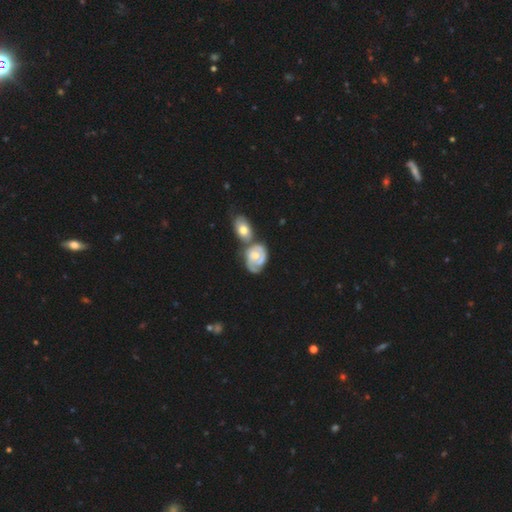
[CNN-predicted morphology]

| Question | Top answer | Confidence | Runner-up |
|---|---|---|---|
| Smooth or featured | featured or disk | 72% | smooth (22%) |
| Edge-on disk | no | 96% | yes (4%) |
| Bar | no | 70% | weak (25%) |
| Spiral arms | yes | 85% | no (15%) |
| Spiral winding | tight | 59% | medium (31%) |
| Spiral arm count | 2 | 47% | can't tell (26%) |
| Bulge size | moderate | 57% | small (33%) |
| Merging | merger | 42% | none (35%) |